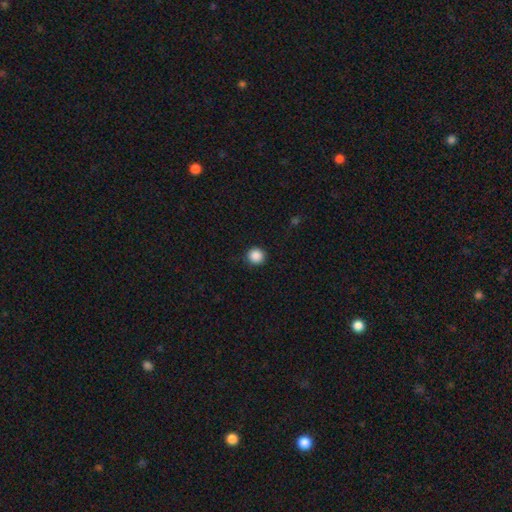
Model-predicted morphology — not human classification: smooth_or_featured: smooth (p=0.88) [alt: star or artifact p=0.10]
how_rounded: round (p=0.94) [alt: in between p=0.05]
merging: none (p=0.90) [alt: minor disturbance p=0.07]